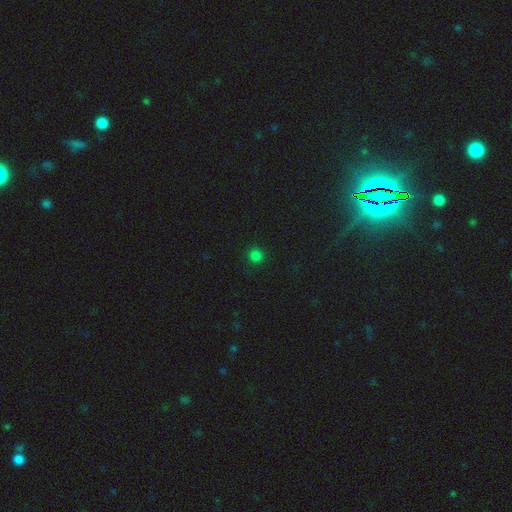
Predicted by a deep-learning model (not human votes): smooth_or_featured: smooth (p=0.80) [alt: star or artifact p=0.17]
how_rounded: round (p=0.94) [alt: in between p=0.05]
merging: none (p=0.91) [alt: minor disturbance p=0.06]